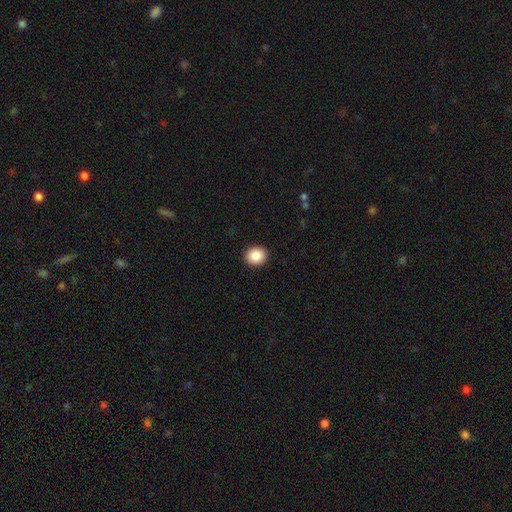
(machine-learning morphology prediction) Q: Smooth or featured?
A: smooth (88%); runner-up: star or artifact (8%)
Q: How rounded?
A: round (74%); runner-up: in between (25%)
Q: Merging?
A: none (92%); runner-up: minor disturbance (5%)